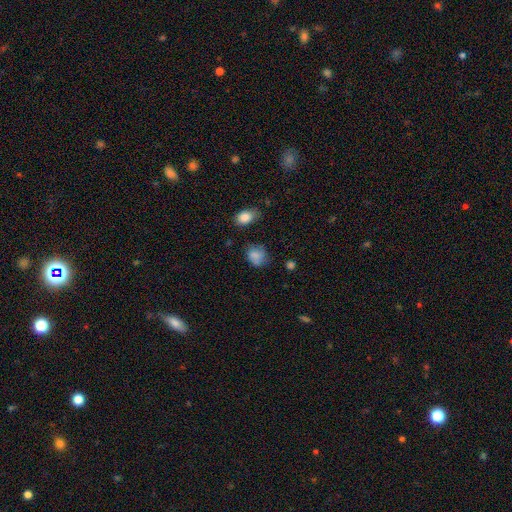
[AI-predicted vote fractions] Q: Smooth or featured?
A: smooth (79%); runner-up: star or artifact (10%)
Q: How rounded?
A: round (52%); runner-up: in between (47%)
Q: Merging?
A: none (57%); runner-up: minor disturbance (29%)